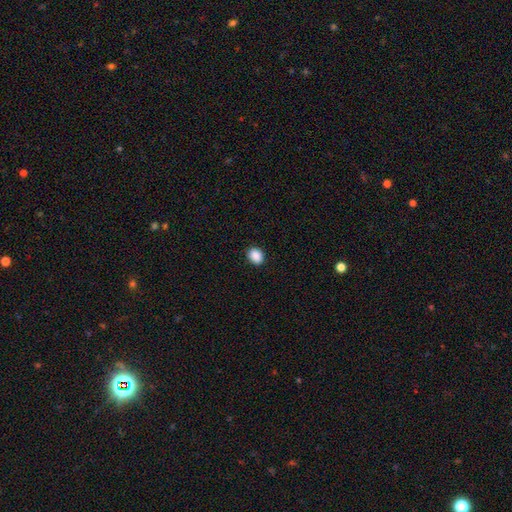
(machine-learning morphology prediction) Smooth or featured? Predicted: smooth (p=0.89). How rounded? Predicted: round (p=0.50). Merging? Predicted: none (p=0.91).